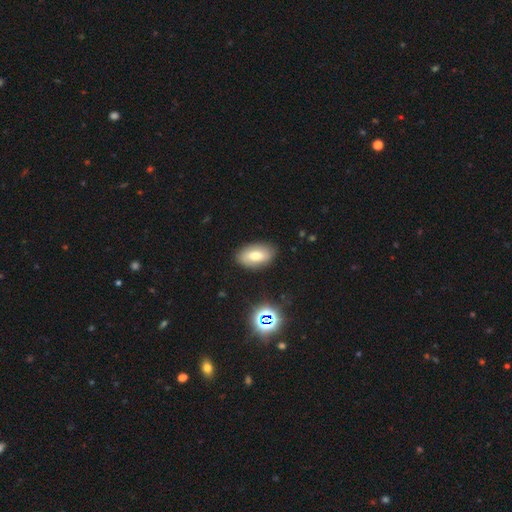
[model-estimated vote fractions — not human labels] smooth 69%, featured or disk 21%, star or artifact 10%. Down the decision tree: how rounded — in between (92%); merging — none (85%).